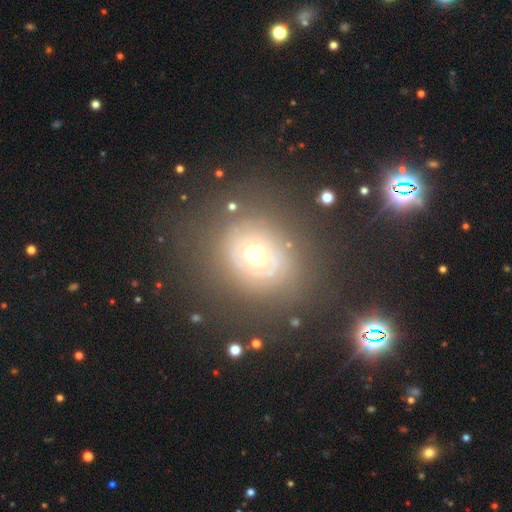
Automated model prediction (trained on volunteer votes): The model was most divided on "spiral arms": yes: 59%, no: 41%. More confident: edge-on disk — no (95%); bar — no (80%); merging — none (73%); smooth or featured — featured or disk (66%); bulge size — moderate (61%).